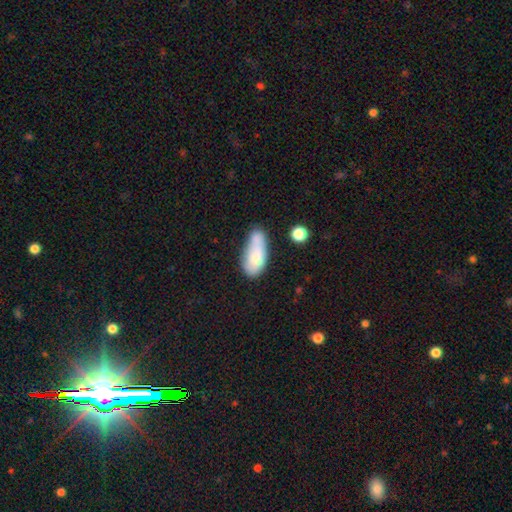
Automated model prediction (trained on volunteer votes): Overall: smooth (75%). How rounded: in between (86%). Merging: none (35%; merger 27%).